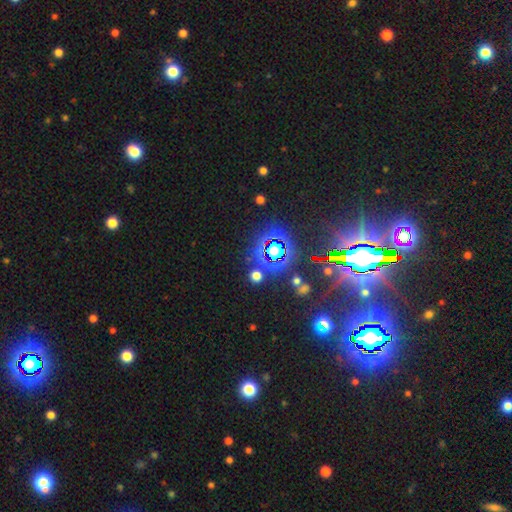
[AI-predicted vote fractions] A star or artifact, not a galaxy (83%).

Vote fractions:
- Smooth or featured? star or artifact: 83% / smooth: 10% / featured or disk: 7%